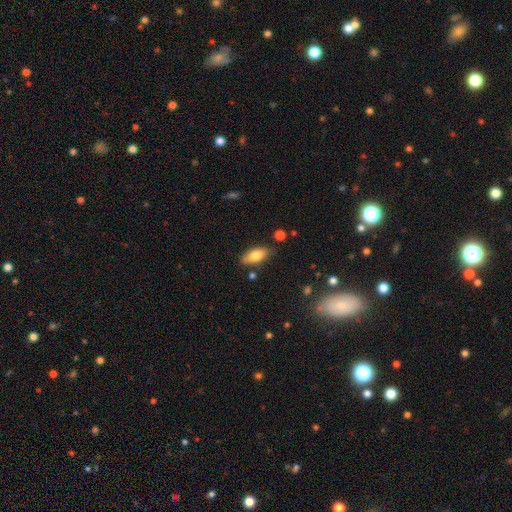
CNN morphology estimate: Smooth or featured?
  - smooth: 78% *
  - featured or disk: 15%
  - star or artifact: 7%
How rounded?
  - in between: 85% *
  - cigar-shaped: 12%
  - round: 2%
Merging?
  - none: 81% *
  - minor disturbance: 13%
  - merger: 3%
  - major disturbance: 3%